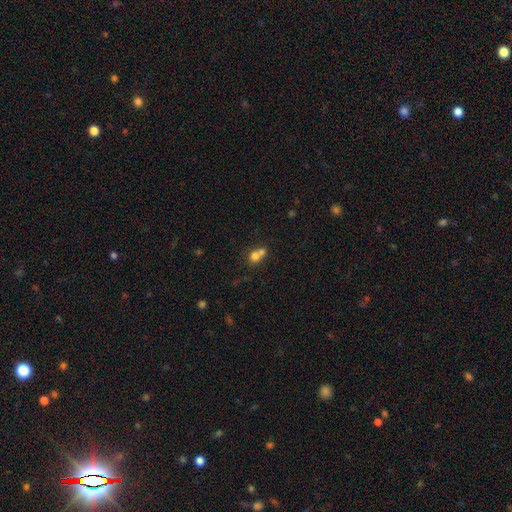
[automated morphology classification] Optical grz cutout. It shows a smooth galaxy with no disk features (73%) that is round (72%). Merging: merger (61%).